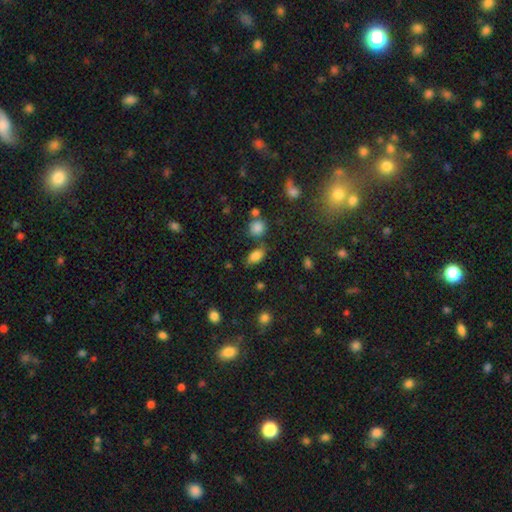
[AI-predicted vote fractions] Smooth or featured: smooth — 78% (star or artifact — 12%)
How rounded: in between — 86% (round — 9%)
Merging: none — 69% (minor disturbance — 18%)